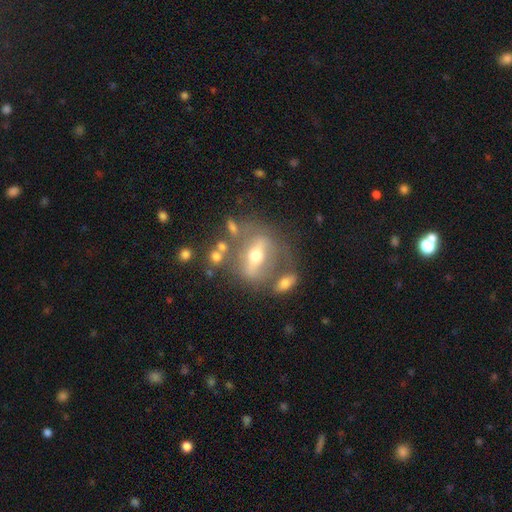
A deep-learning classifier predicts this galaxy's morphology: Smooth or featured: featured or disk — 67% (smooth — 23%)
Edge-on disk: no — 68% (yes — 32%)
Merging: none — 58% (merger — 16%)